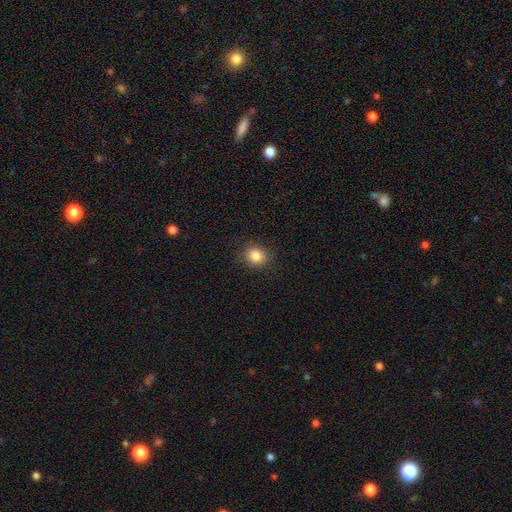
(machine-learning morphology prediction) This is clearly a smooth galaxy (84%). How rounded: likely round (76%). Merging: clearly none (89%).